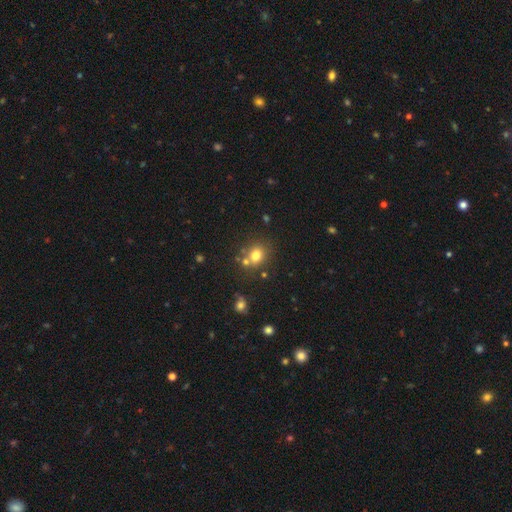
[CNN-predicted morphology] type=smooth (75%); roundness=round (67%); merging=none (65%).